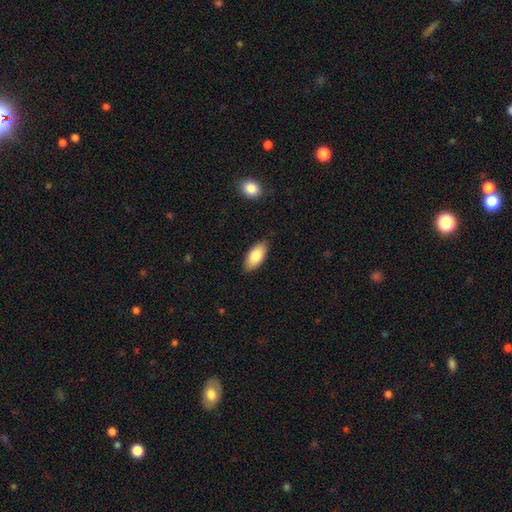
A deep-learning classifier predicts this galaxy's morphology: smooth 82%, featured or disk 12%, star or artifact 6%. Down the decision tree: how rounded — in between (89%); merging — none (85%).